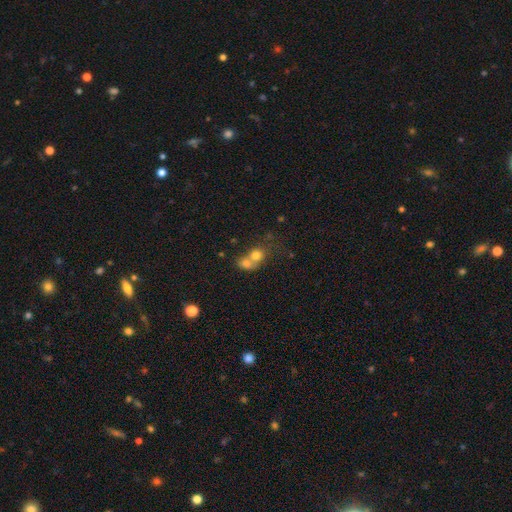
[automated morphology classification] Smooth or featured? Predicted: smooth (p=0.71). How rounded? Predicted: round (p=0.72). Merging? Predicted: merger (p=0.70).